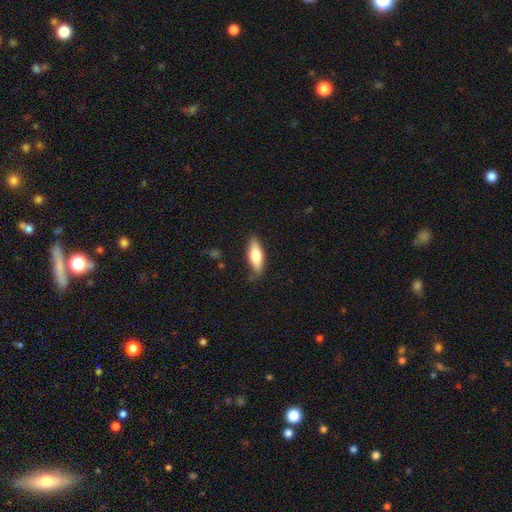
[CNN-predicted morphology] Smooth or featured? smooth (71%)
How rounded? in between (65%)
Merging? none (82%)